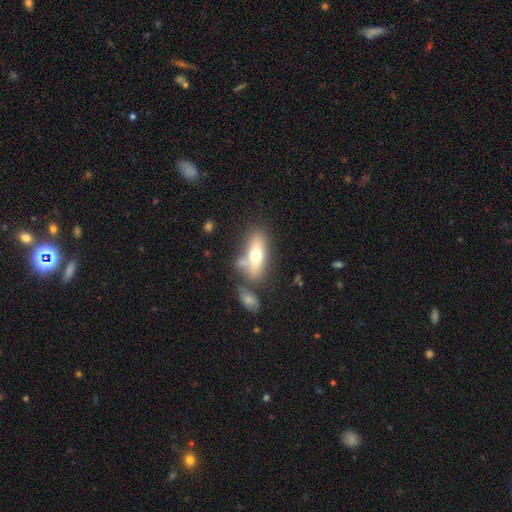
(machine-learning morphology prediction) Q: Smooth or featured?
A: smooth (60%); runner-up: featured or disk (32%)
Q: How rounded?
A: in between (70%); runner-up: cigar-shaped (25%)
Q: Merging?
A: none (54%); runner-up: merger (20%)